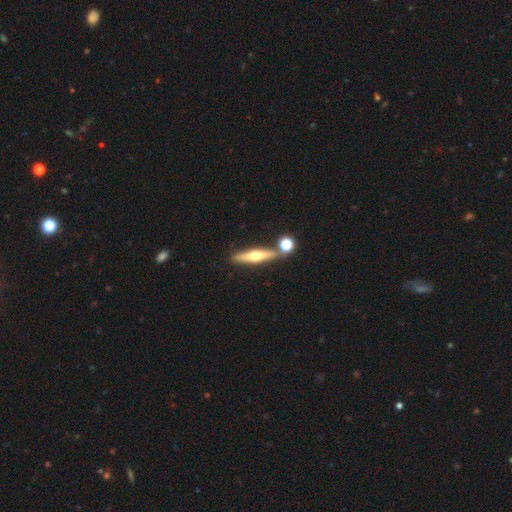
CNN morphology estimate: Smooth or featured: featured or disk — 54% (smooth — 39%)
Edge-on disk: yes — 92% (no — 8%)
Merging: none — 75% (merger — 13%)